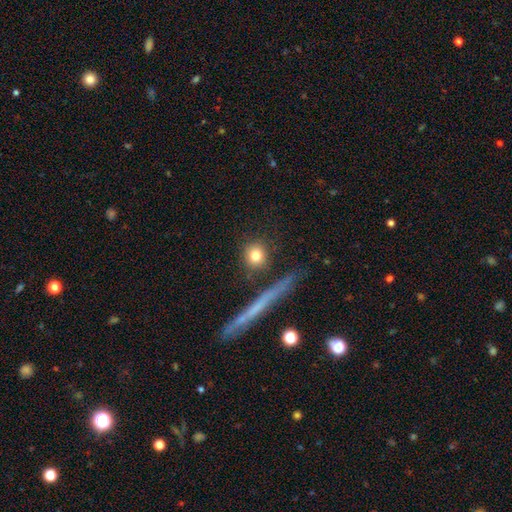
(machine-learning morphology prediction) Smooth or featured?
  - smooth: 79% *
  - featured or disk: 11%
  - star or artifact: 9%
How rounded?
  - round: 87% *
  - in between: 9%
  - cigar-shaped: 4%
Merging?
  - none: 84% *
  - minor disturbance: 8%
  - merger: 5%
  - major disturbance: 3%